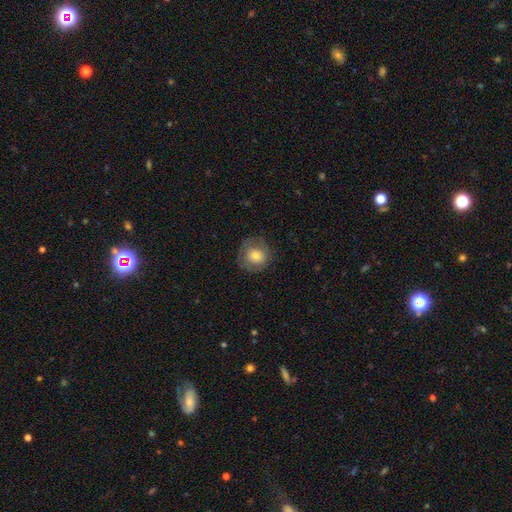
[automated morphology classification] Overall: smooth (69%). How rounded: round (88%). Merging: none (76%).